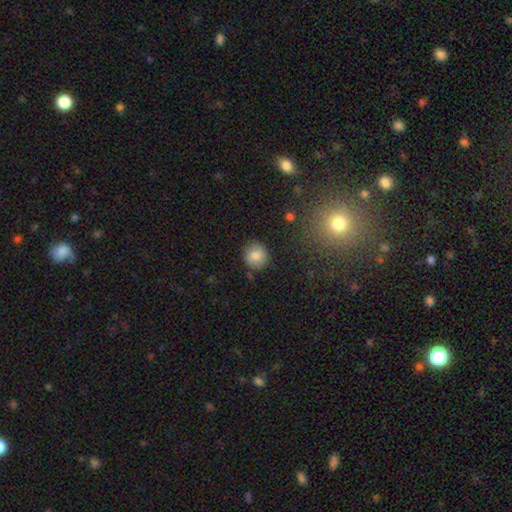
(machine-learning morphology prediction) This is clearly a smooth galaxy (82%). How rounded: clearly round (88%). Merging: clearly none (84%).